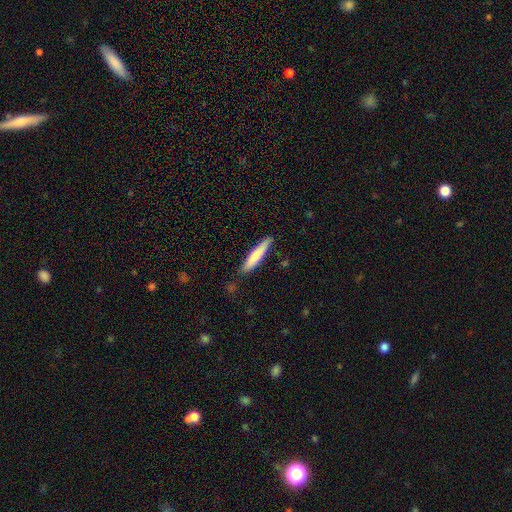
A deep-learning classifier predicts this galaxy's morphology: A smooth galaxy with no disk features (74%) that is cigar-shaped (89%).

Vote fractions:
- Smooth or featured? smooth: 74% / featured or disk: 20% / star or artifact: 5%
- How rounded? cigar-shaped: 89% / in between: 10% / round: 1%
- Merging? none: 84% / minor disturbance: 13% / major disturbance: 2% / merger: 2%